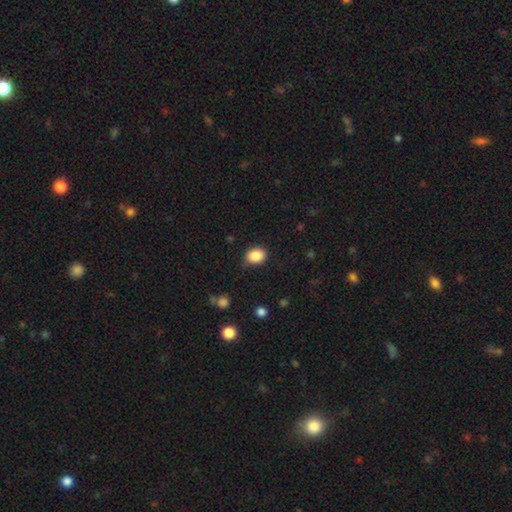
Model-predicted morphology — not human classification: A smooth galaxy with no disk features (87%) that is in between round and cigar-shaped (59%).

Vote fractions:
- Smooth or featured? smooth: 87% / star or artifact: 9% / featured or disk: 4%
- How rounded? in between: 59% / round: 40% / cigar-shaped: 1%
- Merging? none: 80% / minor disturbance: 16% / major disturbance: 3% / merger: 1%